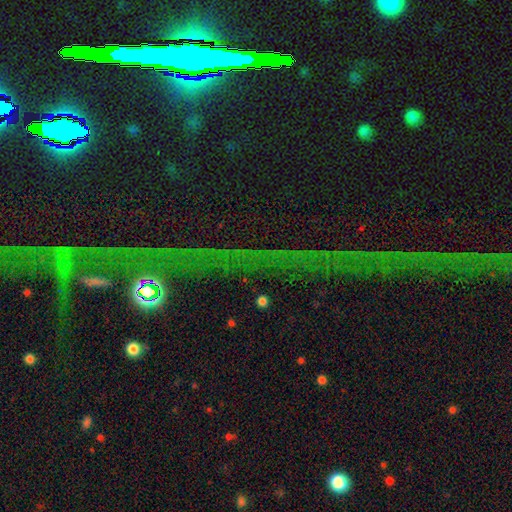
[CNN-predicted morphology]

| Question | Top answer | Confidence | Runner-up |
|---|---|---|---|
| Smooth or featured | star or artifact | 80% | featured or disk (11%) |